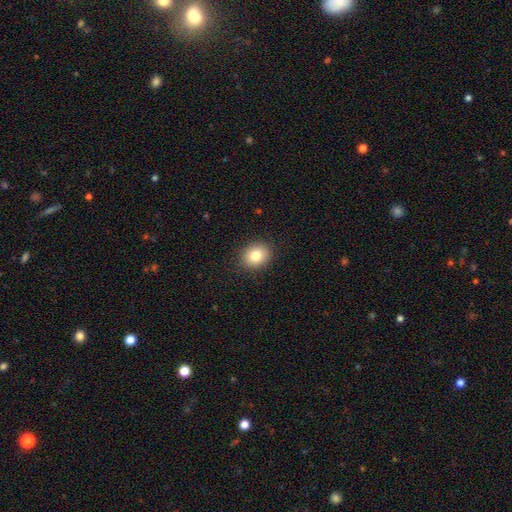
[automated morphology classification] Smooth or featured? smooth (81%)
How rounded? round (62%)
Merging? none (90%)